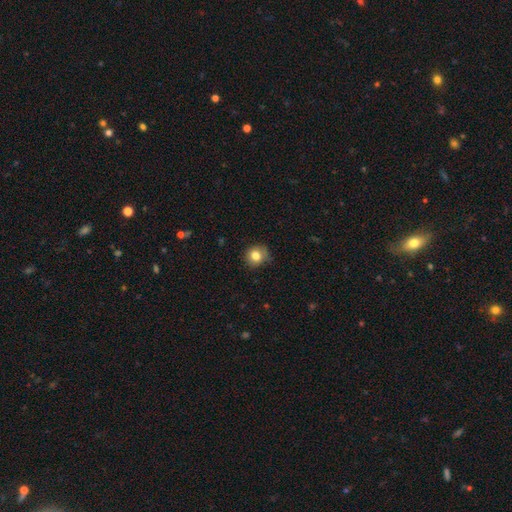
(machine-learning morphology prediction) smooth-or-featured: smooth: 81% | star or artifact: 11% | featured or disk: 8%
  how-rounded: round: 86% | in between: 13% | cigar-shaped: 1%
  merging: none: 76% | minor disturbance: 19% | major disturbance: 4% | merger: 1%